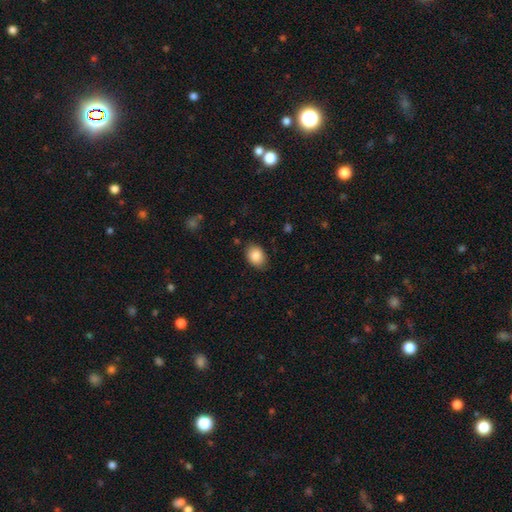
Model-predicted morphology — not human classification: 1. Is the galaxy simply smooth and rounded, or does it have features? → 88% smooth, 8% star or artifact, 5% featured or disk.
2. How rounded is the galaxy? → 66% in between, 33% round, 1% cigar-shaped.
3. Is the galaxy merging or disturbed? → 83% none, 13% minor disturbance, 3% major disturbance, 1% merger.